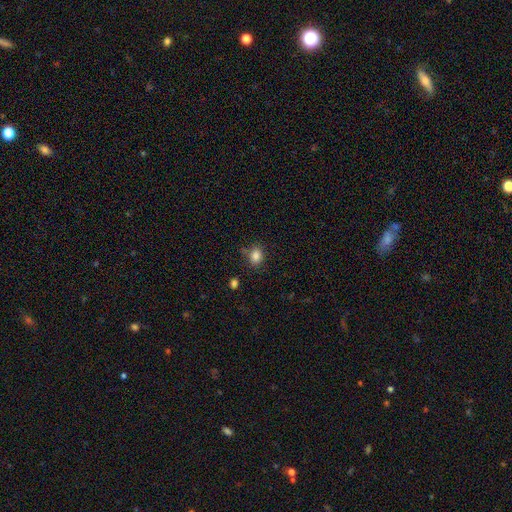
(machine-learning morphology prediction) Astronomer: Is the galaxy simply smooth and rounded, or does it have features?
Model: smooth — 84%.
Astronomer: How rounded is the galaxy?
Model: round — 50% (runner-up: in between, 49%).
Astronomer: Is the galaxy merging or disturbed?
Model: none — 73%.